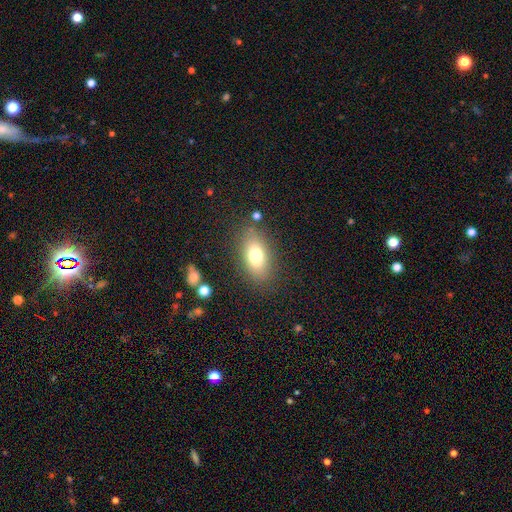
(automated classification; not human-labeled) Smooth or featured?
  - smooth: 75% *
  - featured or disk: 15%
  - star or artifact: 9%
How rounded?
  - in between: 86% *
  - round: 8%
  - cigar-shaped: 6%
Merging?
  - none: 81% *
  - minor disturbance: 12%
  - major disturbance: 5%
  - merger: 3%